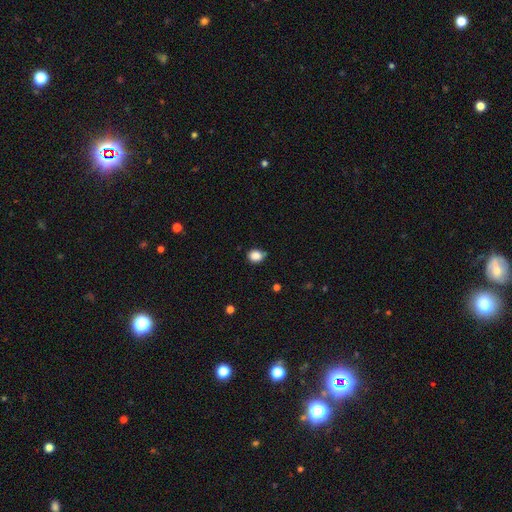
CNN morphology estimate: smooth_or_featured: smooth (p=0.86) [alt: star or artifact p=0.10]
how_rounded: round (p=0.60) [alt: in between p=0.39]
merging: none (p=0.72) [alt: minor disturbance p=0.22]